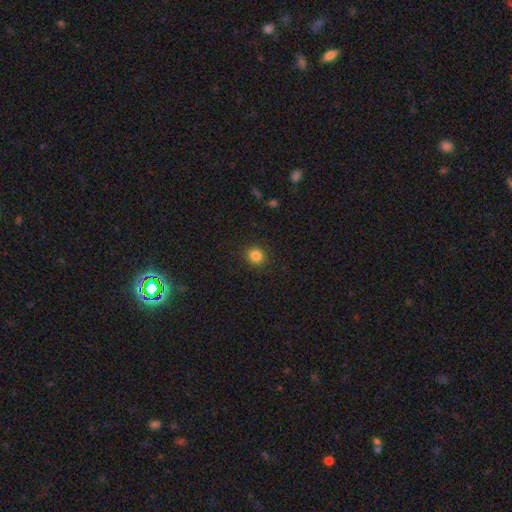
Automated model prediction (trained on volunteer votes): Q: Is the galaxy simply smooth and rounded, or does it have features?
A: smooth — 84%.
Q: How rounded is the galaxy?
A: round — 89%.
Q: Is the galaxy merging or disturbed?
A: none — 91%.